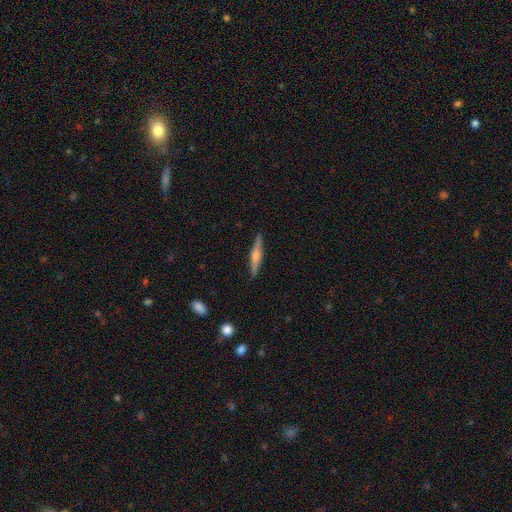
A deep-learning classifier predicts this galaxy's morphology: A featured or disk galaxy (66%) viewed edge-on (97%) with a rounded central bulge (85%). Merging: none (91%).